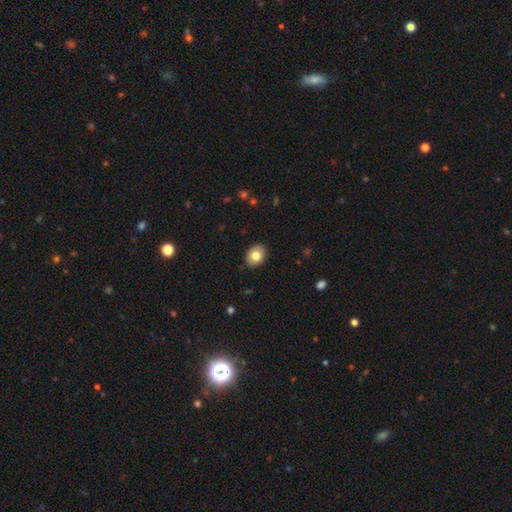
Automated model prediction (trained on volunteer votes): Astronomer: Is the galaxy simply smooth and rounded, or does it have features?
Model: smooth — 81%.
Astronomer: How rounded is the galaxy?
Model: in between — 60% (runner-up: round, 39%).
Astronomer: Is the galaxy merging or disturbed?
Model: none — 88%.